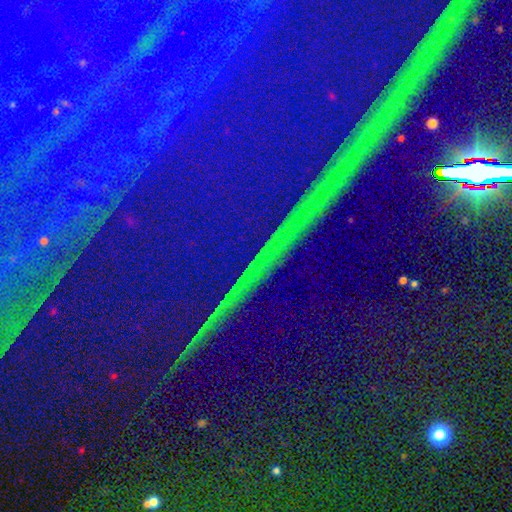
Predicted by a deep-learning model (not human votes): Overall: star or artifact (89%).